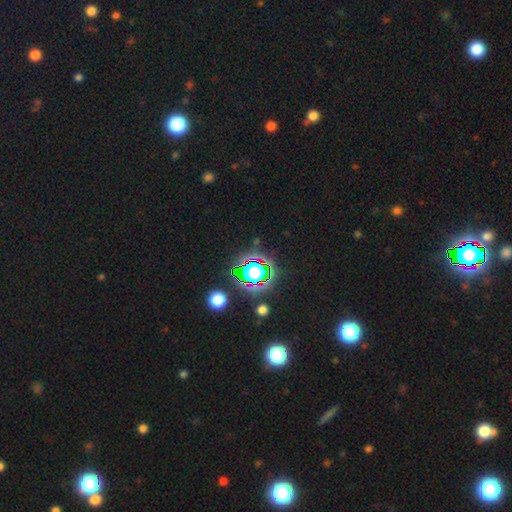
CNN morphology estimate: A star or artifact, not a galaxy (80%).